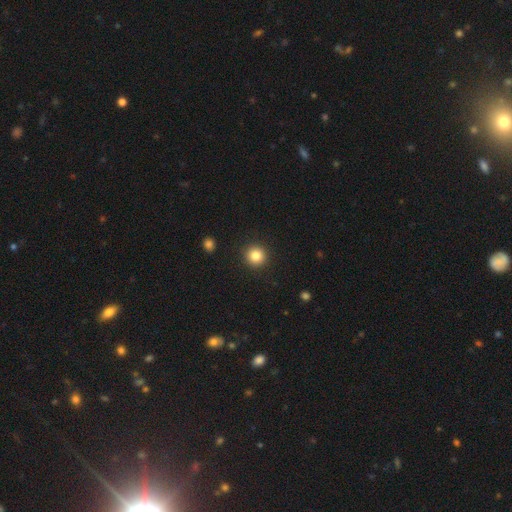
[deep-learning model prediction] This appears to be a smooth galaxy with no disk features (84%) that is round (95%). Merging: none (92%).